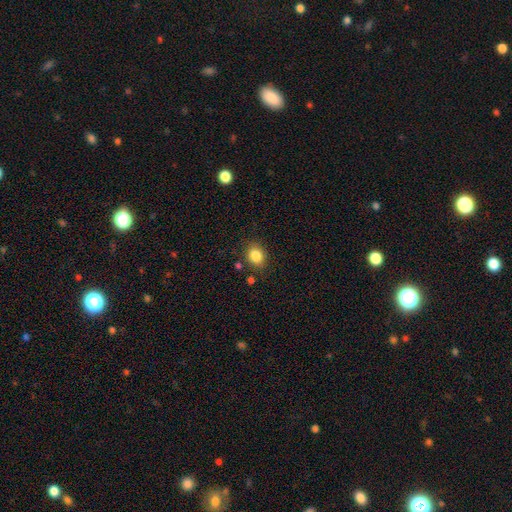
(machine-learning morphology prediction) Smooth or featured? Predicted: smooth (p=0.85). How rounded? Predicted: in between (p=0.52). Merging? Predicted: none (p=0.82).